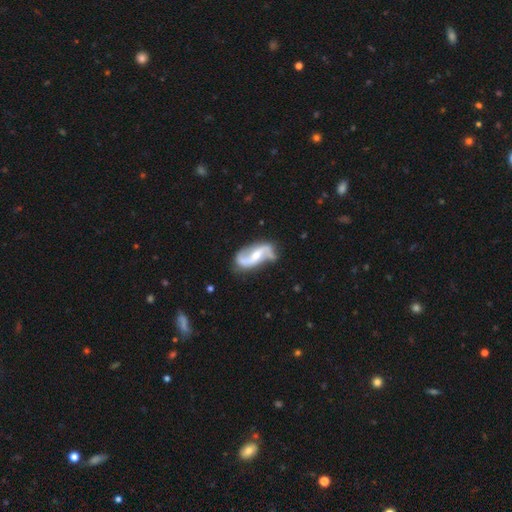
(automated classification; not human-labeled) Smooth or featured? featured or disk (86%)
Edge-on disk? no (96%)
Bar? weak (41%)
Spiral arms? yes (96%)
Spiral winding? loose (68%)
Spiral arm count? 2 (92%)
Bulge size? moderate (51%)
Merging? none (68%)